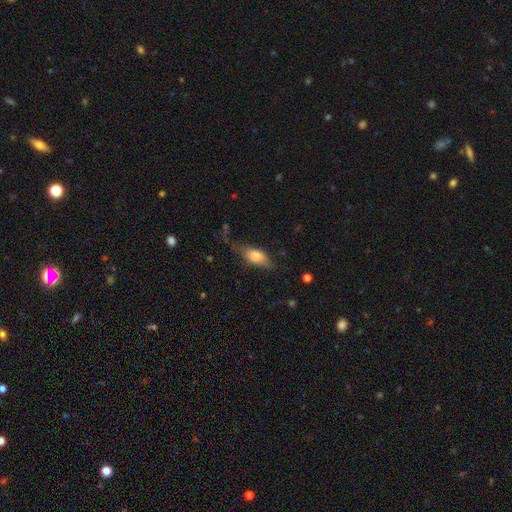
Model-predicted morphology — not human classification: A smooth galaxy with no disk features (68%) that is in between round and cigar-shaped (79%).

Vote fractions:
- Smooth or featured? smooth: 68% / featured or disk: 25% / star or artifact: 7%
- How rounded? in between: 79% / cigar-shaped: 17% / round: 4%
- Merging? none: 52% / minor disturbance: 30% / major disturbance: 16% / merger: 3%